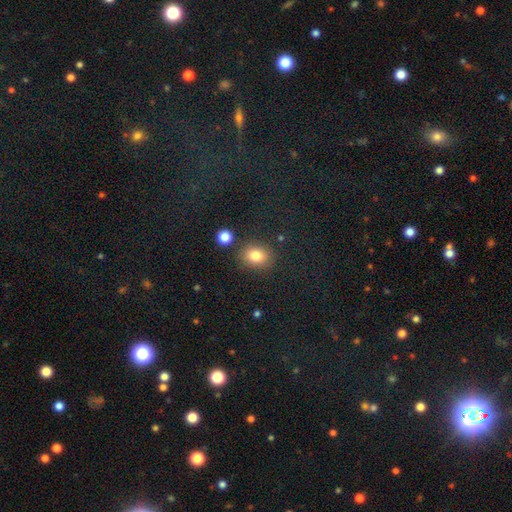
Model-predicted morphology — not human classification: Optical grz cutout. It shows a smooth galaxy with no disk features (83%) that is round (52%). Merging: none (81%).